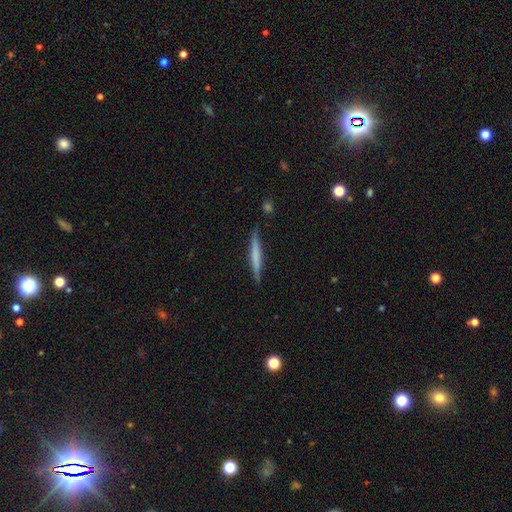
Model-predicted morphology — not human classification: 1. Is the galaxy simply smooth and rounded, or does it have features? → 52% smooth, 43% featured or disk, 6% star or artifact.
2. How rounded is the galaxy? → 96% cigar-shaped, 3% in between, 1% round.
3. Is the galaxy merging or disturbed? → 86% none, 10% minor disturbance, 2% major disturbance, 2% merger.